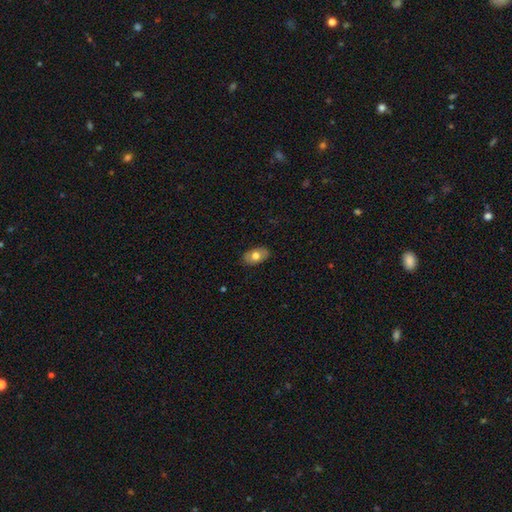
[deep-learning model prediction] Smooth or featured?
  - smooth: 70% *
  - featured or disk: 23%
  - star or artifact: 7%
How rounded?
  - in between: 91% *
  - round: 8%
  - cigar-shaped: 2%
Merging?
  - none: 85% *
  - minor disturbance: 12%
  - major disturbance: 2%
  - merger: 1%